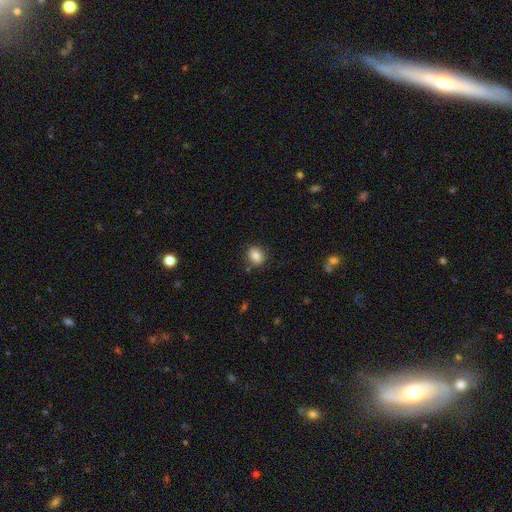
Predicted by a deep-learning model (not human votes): Overall: smooth (84%). How rounded: round (62%; in between 37%). Merging: none (84%).